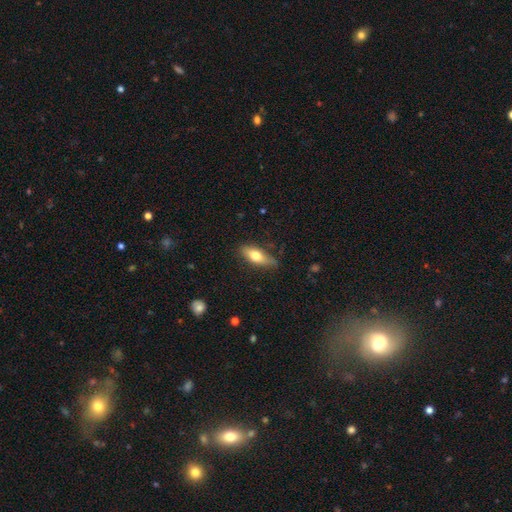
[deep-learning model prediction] A smooth galaxy with no disk features (67%) that is in between round and cigar-shaped (66%). Merging: none (75%).